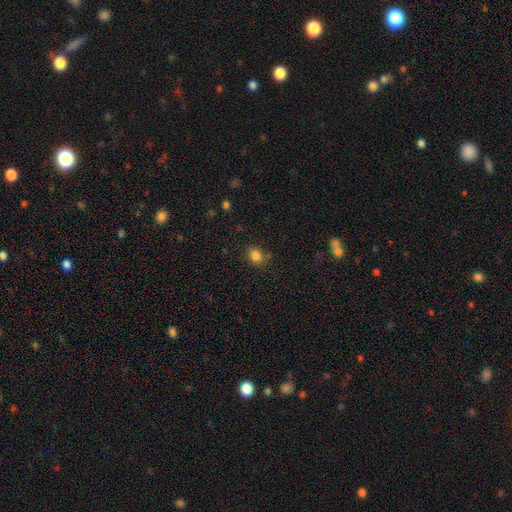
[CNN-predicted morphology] This is clearly a smooth galaxy (83%). How rounded: likely round (60%). Merging: likely none (79%).